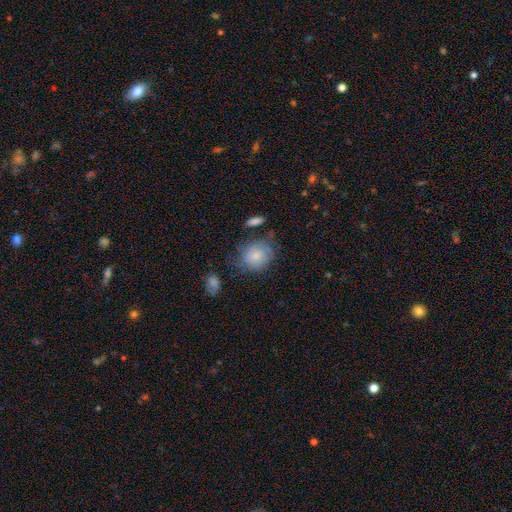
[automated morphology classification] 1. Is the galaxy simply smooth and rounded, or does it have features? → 66% smooth, 25% featured or disk, 8% star or artifact.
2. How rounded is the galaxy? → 69% round, 29% in between, 1% cigar-shaped.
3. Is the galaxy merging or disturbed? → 57% none, 25% minor disturbance, 12% major disturbance, 6% merger.